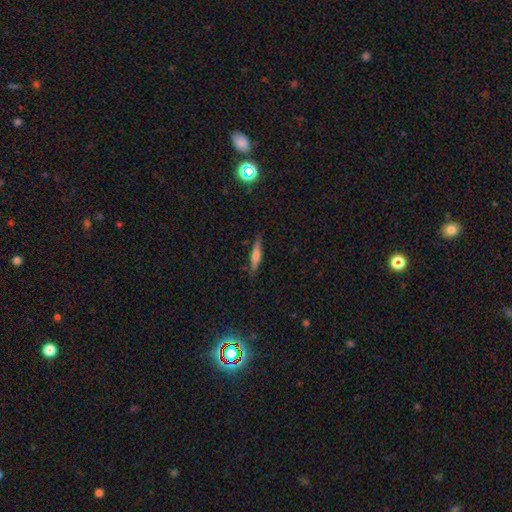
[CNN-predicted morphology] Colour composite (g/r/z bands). It shows a featured or disk galaxy (47%). Merging: none (86%).